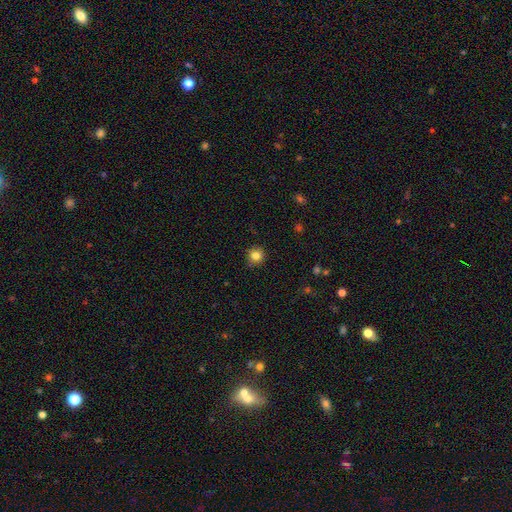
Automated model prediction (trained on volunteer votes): smooth-or-featured: smooth: 83% | star or artifact: 12% | featured or disk: 6%
  how-rounded: round: 93% | in between: 6% | cigar-shaped: 1%
  merging: none: 88% | minor disturbance: 9% | major disturbance: 2% | merger: 1%